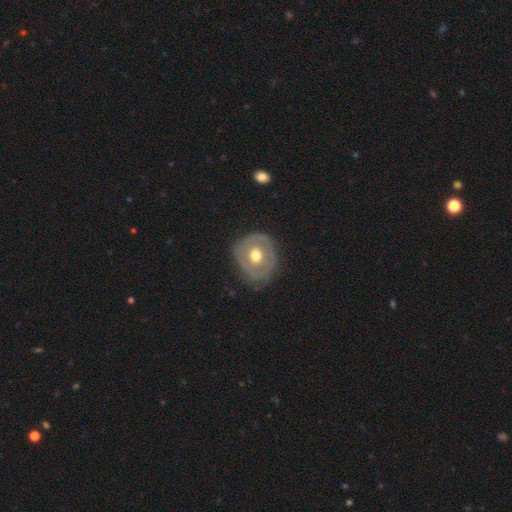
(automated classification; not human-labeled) Morphology: type=featured or disk (57%); edge-on=no (94%); bar=no (83%); spiral arms=no (68%); bulge=moderate (79%); merging=none (64%).